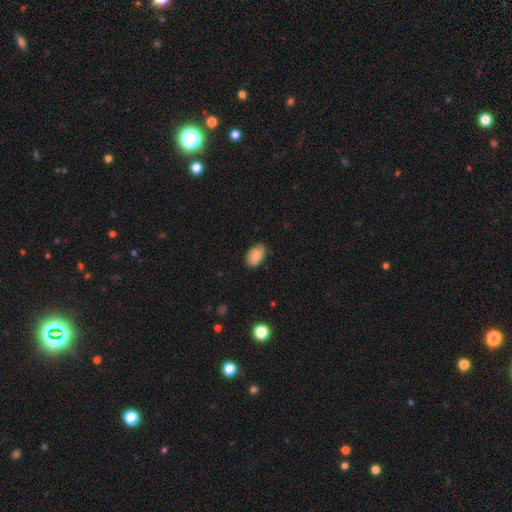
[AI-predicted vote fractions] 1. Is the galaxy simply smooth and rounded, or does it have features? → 86% smooth, 7% star or artifact, 7% featured or disk.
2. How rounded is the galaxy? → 90% in between, 9% round, 1% cigar-shaped.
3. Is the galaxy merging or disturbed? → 70% none, 25% minor disturbance, 4% major disturbance, 1% merger.